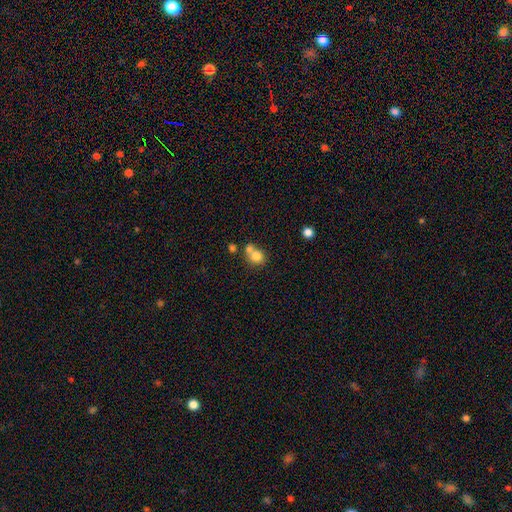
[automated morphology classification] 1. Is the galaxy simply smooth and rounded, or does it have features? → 78% smooth, 11% featured or disk, 11% star or artifact.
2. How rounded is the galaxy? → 78% round, 21% in between, 1% cigar-shaped.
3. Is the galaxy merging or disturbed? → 47% merger, 41% none, 9% minor disturbance, 4% major disturbance.